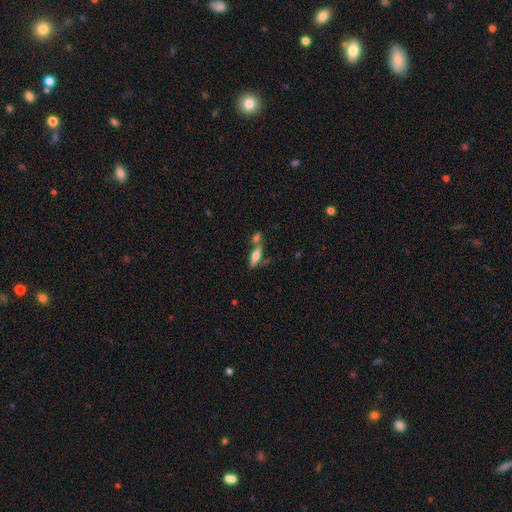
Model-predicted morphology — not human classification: type=smooth (57%); roundness=in between (49%); merging=none (48%).